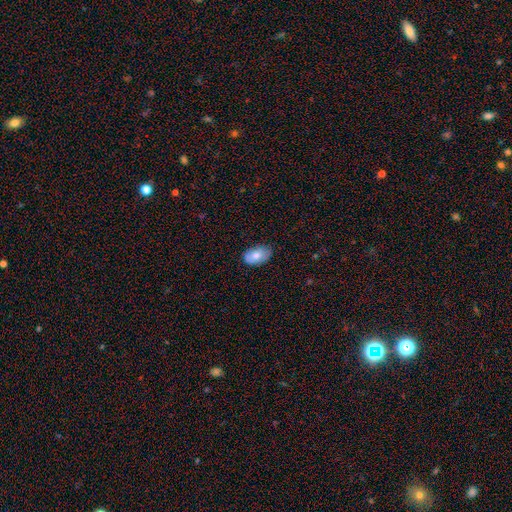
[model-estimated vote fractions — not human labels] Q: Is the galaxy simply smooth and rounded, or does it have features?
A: smooth — 76%.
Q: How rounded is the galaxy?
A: in between — 91%.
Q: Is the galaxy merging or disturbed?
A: none — 76%.